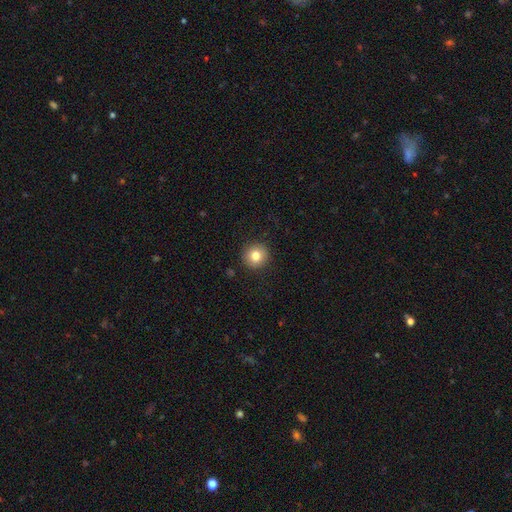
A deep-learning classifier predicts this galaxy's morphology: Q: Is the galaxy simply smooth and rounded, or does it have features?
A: smooth — 80%.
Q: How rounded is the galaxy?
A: round — 94%.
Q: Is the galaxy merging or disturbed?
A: none — 91%.